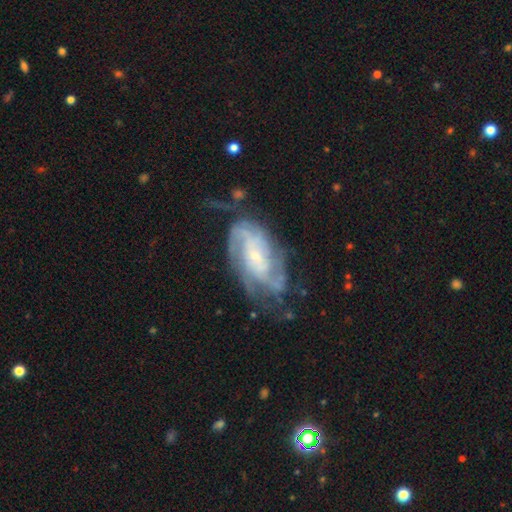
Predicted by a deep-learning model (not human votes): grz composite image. It shows a featured or disk galaxy (85%) with no bar (50%), can't tell (30%, tied with 2) tight (53%) spiral arms (94%) and a small central bulge (63%). Merging: none (58%).